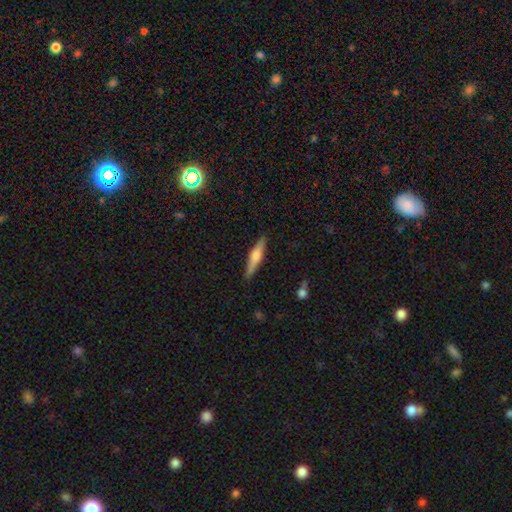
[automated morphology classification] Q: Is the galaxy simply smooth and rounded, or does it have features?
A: featured or disk — 54%.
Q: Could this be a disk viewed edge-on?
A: yes — 97%.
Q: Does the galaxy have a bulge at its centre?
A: rounded — 83%.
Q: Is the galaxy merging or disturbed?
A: none — 89%.